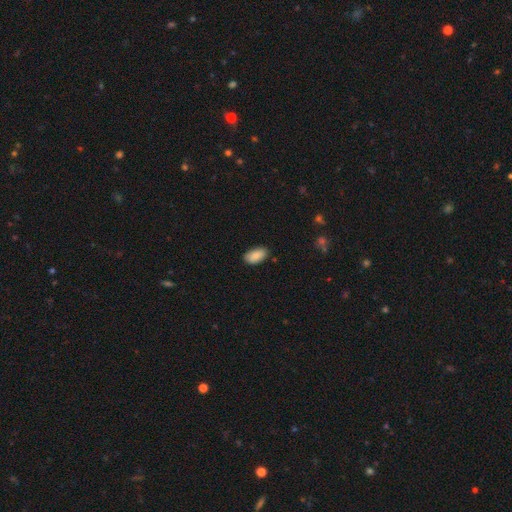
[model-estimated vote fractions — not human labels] Smooth or featured: smooth — 88% (star or artifact — 7%)
How rounded: in between — 94% (round — 3%)
Merging: none — 82% (minor disturbance — 14%)